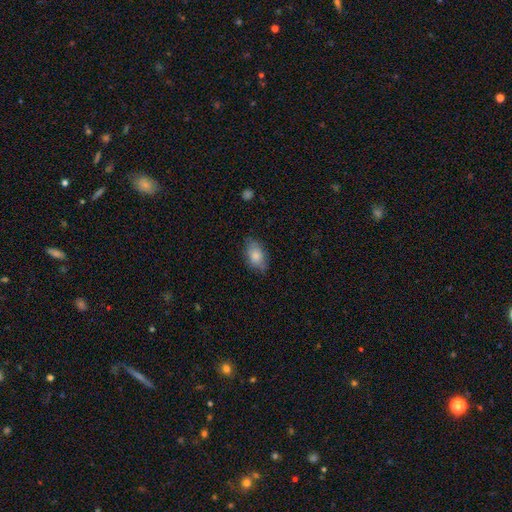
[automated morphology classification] The model was most divided on "merging": none: 73%, minor disturbance: 21%, major disturbance: 5%, merger: 1%. More confident: how rounded — in between (90%); smooth or featured — smooth (82%).